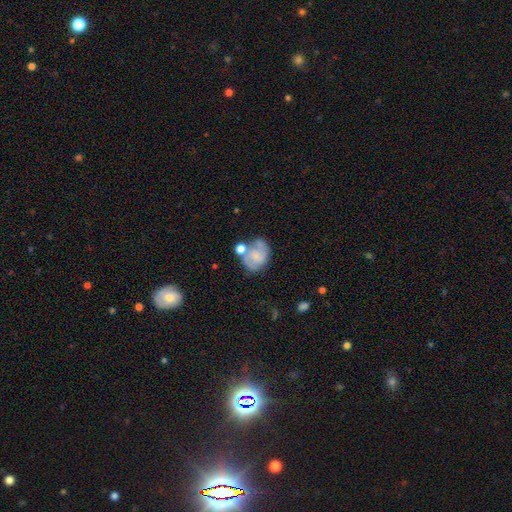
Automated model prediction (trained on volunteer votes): Q: Smooth or featured?
A: featured or disk (52%); runner-up: smooth (39%)
Q: Edge-on disk?
A: no (98%); runner-up: yes (2%)
Q: Bar?
A: no (57%); runner-up: weak (35%)
Q: Spiral arms?
A: yes (76%); runner-up: no (24%)
Q: Bulge size?
A: none (38%); runner-up: small (35%)
Q: Merging?
A: none (45%); runner-up: minor disturbance (22%)